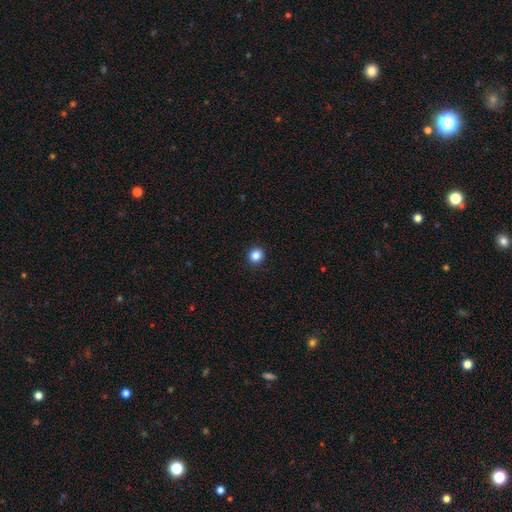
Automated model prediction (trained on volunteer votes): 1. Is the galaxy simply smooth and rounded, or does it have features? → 85% smooth, 11% star or artifact, 4% featured or disk.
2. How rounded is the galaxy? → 93% round, 7% in between, 1% cigar-shaped.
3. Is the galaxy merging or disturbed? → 93% none, 5% minor disturbance, 2% major disturbance, 1% merger.